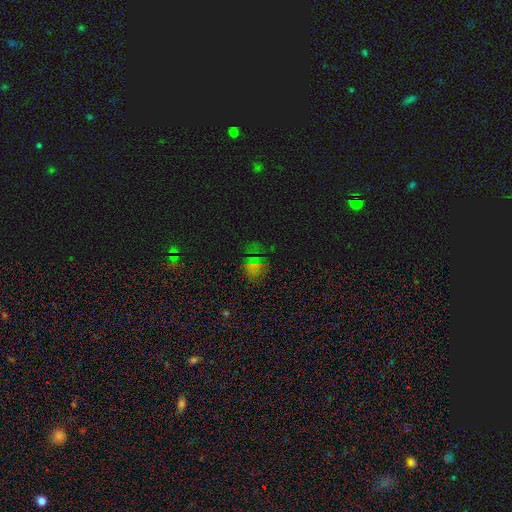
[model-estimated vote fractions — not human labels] Smooth or featured?
  - star or artifact: 53% *
  - smooth: 38%
  - featured or disk: 9%